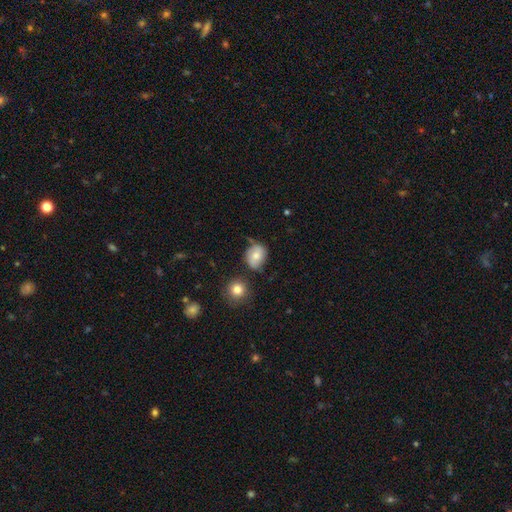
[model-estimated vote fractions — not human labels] Smooth or featured?
  - smooth: 62% *
  - featured or disk: 29%
  - star or artifact: 9%
How rounded?
  - in between: 52% *
  - round: 47%
  - cigar-shaped: 1%
Merging?
  - none: 60% *
  - minor disturbance: 28%
  - major disturbance: 7%
  - merger: 5%